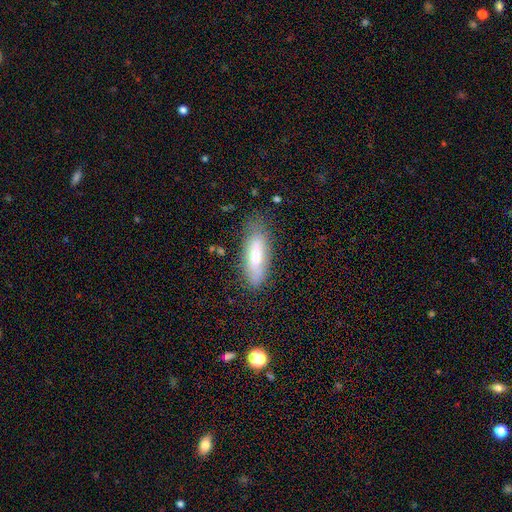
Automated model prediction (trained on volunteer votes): Smooth or featured? smooth (70%)
How rounded? in between (52%)
Merging? none (75%)